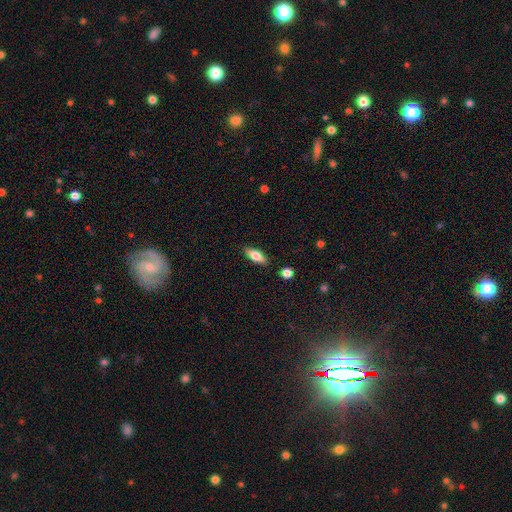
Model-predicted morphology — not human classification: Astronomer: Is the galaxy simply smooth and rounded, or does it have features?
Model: smooth — 67%.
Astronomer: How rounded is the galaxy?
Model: in between — 70%.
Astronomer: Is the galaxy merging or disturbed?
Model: none — 87%.